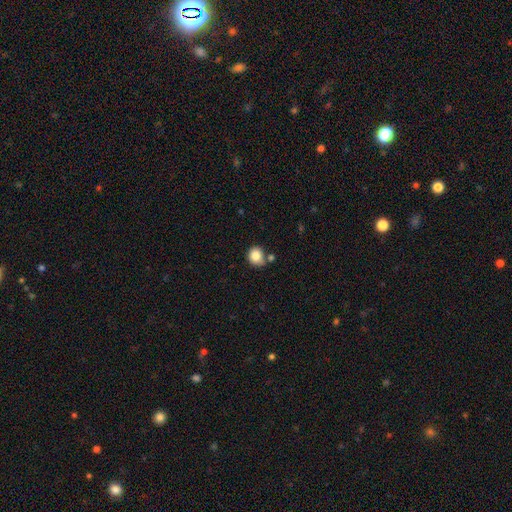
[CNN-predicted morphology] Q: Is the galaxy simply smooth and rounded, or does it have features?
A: smooth — 84%.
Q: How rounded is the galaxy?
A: round — 83%.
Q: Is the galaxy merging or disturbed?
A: none — 65%.